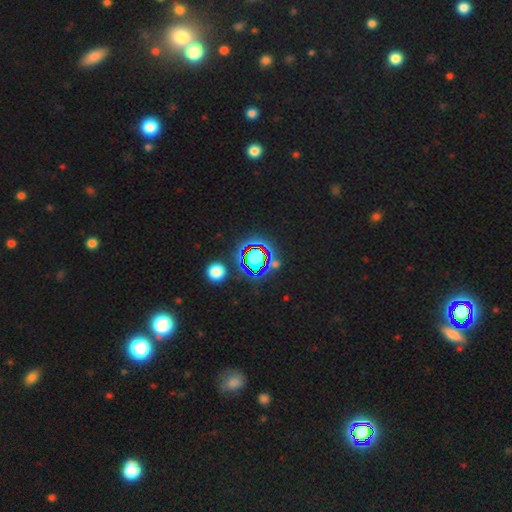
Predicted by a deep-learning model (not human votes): Smooth or featured?
  - star or artifact: 65% *
  - smooth: 21%
  - featured or disk: 13%